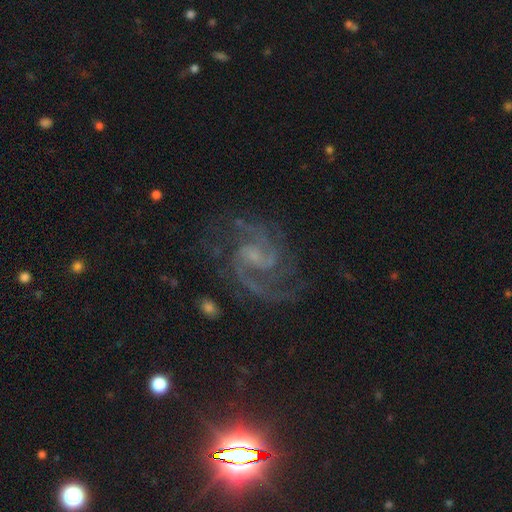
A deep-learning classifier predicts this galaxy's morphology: smooth-or-featured: featured or disk: 90% | star or artifact: 7% | smooth: 4%
  disk-edge-on: no: 98% | yes: 2%
    bar: weak: 51% | no: 39% | strong: 11%
    has-spiral-arms: yes: 98% | no: 2%
      spiral-winding: medium: 60% | tight: 23% | loose: 16%
      spiral-arm-count: 2: 72% | 3: 11% | can't tell: 7% | 4: 4% | 1: 4% | more than 4: 3%
    bulge-size: small: 58% | none: 24% | moderate: 16% | large: 2% | dominant: 1%
  merging: none: 72% | minor disturbance: 15% | major disturbance: 11% | merger: 2%